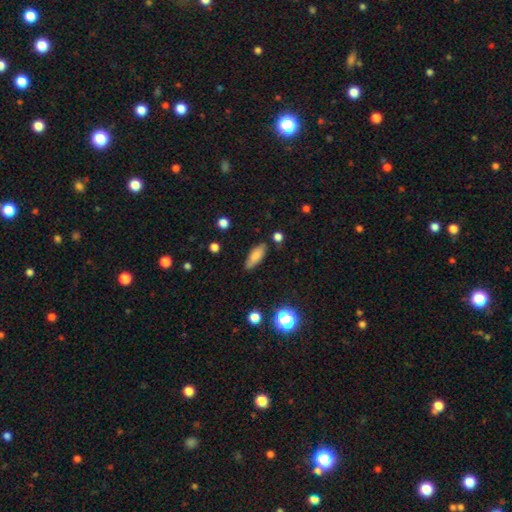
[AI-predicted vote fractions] Overall: smooth (80%). How rounded: in between (66%; cigar-shaped 31%). Merging: none (82%).